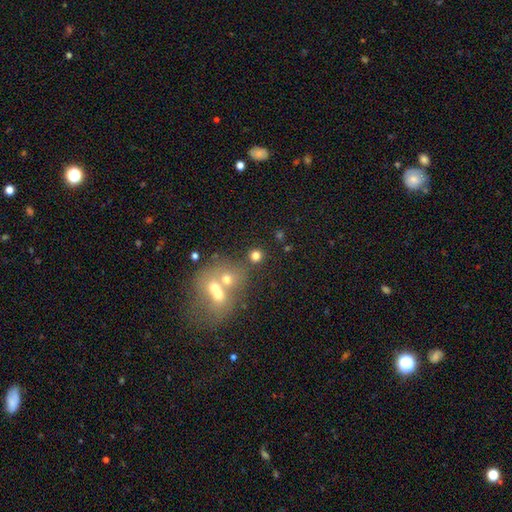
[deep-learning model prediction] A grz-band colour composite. It shows a smooth galaxy with no disk features (71%) that is round (87%). Merging: none (63%).